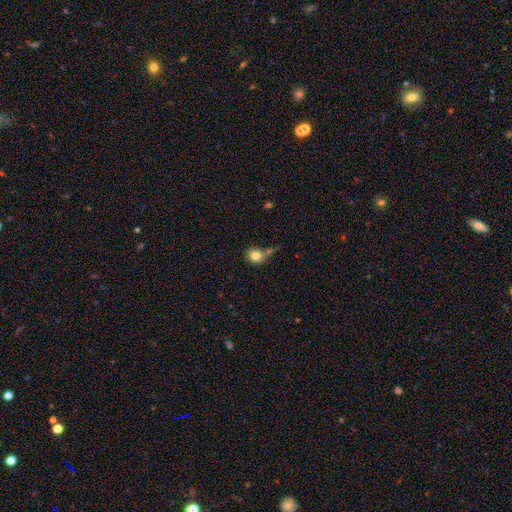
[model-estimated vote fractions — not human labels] Overall: smooth (80%). How rounded: round (73%). Merging: none (46%; minor disturbance 21%).